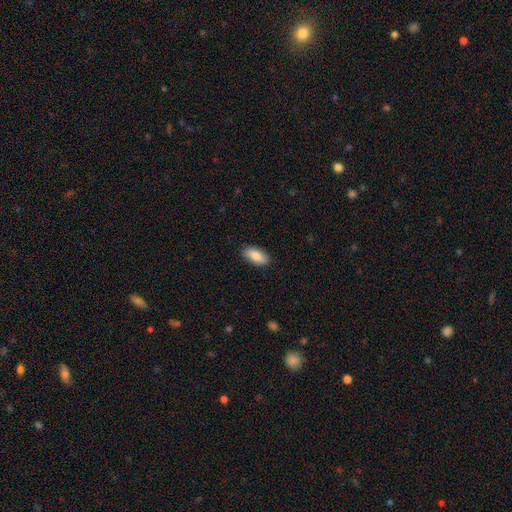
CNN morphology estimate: Smooth or featured? Predicted: smooth (p=0.82). How rounded? Predicted: in between (p=0.88). Merging? Predicted: none (p=0.87).